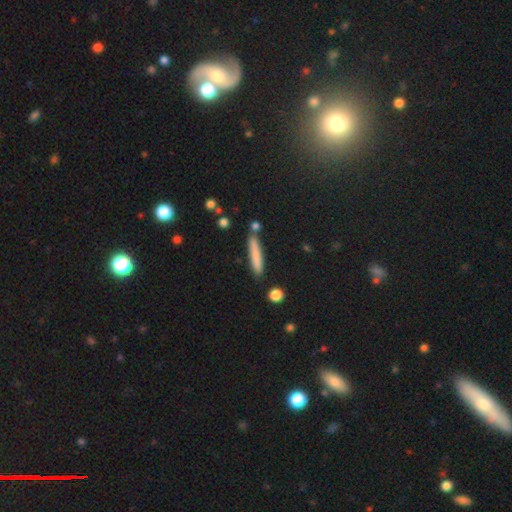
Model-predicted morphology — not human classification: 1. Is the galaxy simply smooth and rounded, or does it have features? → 79% smooth, 14% featured or disk, 7% star or artifact.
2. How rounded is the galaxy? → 93% cigar-shaped, 6% in between, 1% round.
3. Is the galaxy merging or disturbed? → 81% none, 11% minor disturbance, 5% merger, 2% major disturbance.